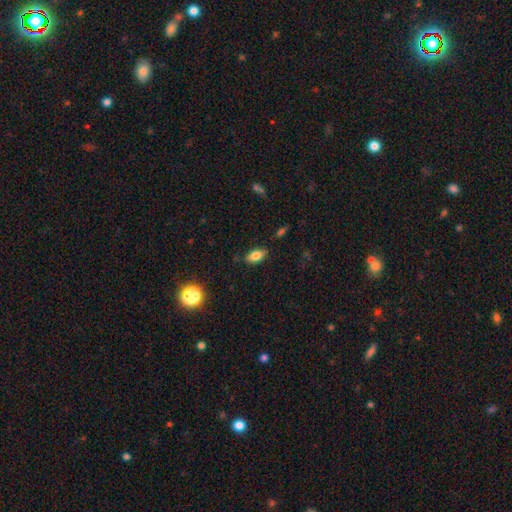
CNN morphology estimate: A smooth galaxy with no disk features (79%) that is in between round and cigar-shaped (88%).

Vote fractions:
- Smooth or featured? smooth: 79% / featured or disk: 12% / star or artifact: 9%
- How rounded? in between: 88% / cigar-shaped: 7% / round: 5%
- Merging? none: 82% / minor disturbance: 14% / major disturbance: 3% / merger: 2%